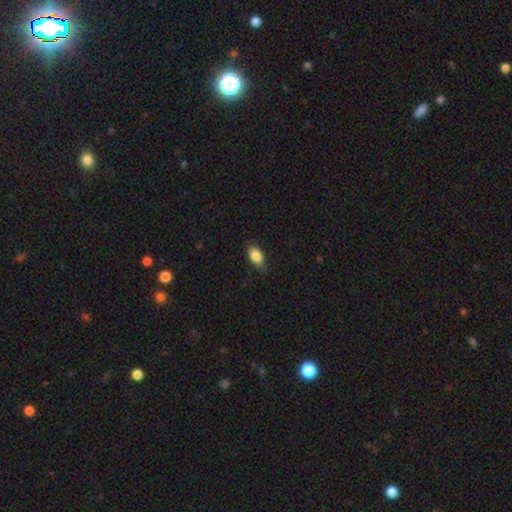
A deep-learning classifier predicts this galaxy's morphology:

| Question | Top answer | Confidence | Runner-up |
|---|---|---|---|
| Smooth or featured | smooth | 86% | star or artifact (8%) |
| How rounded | in between | 89% | round (8%) |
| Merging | none | 78% | minor disturbance (17%) |